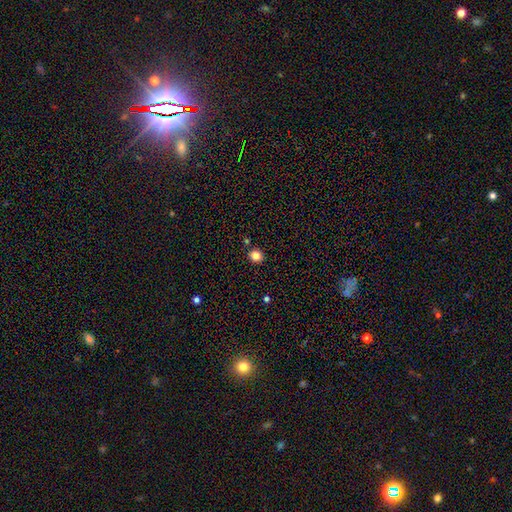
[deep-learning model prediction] A smooth galaxy with no disk features (83%) that is round (81%).

Vote fractions:
- Smooth or featured? smooth: 83% / star or artifact: 12% / featured or disk: 5%
- How rounded? round: 81% / in between: 18% / cigar-shaped: 1%
- Merging? none: 89% / minor disturbance: 6% / merger: 3% / major disturbance: 2%